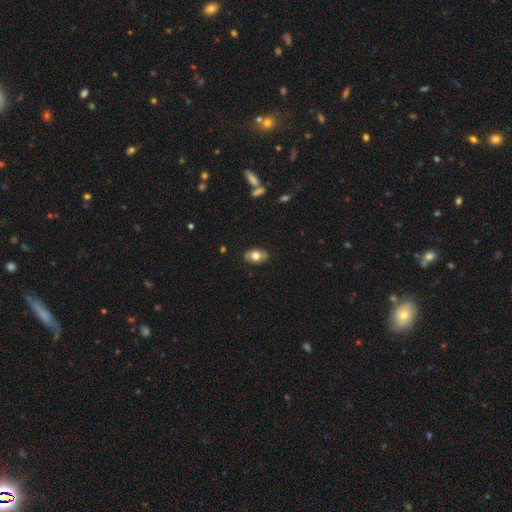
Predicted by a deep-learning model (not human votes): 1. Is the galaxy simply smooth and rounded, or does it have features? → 68% smooth, 24% featured or disk, 8% star or artifact.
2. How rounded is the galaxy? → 87% in between, 11% round, 2% cigar-shaped.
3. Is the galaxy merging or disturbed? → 85% none, 12% minor disturbance, 2% major disturbance, 1% merger.